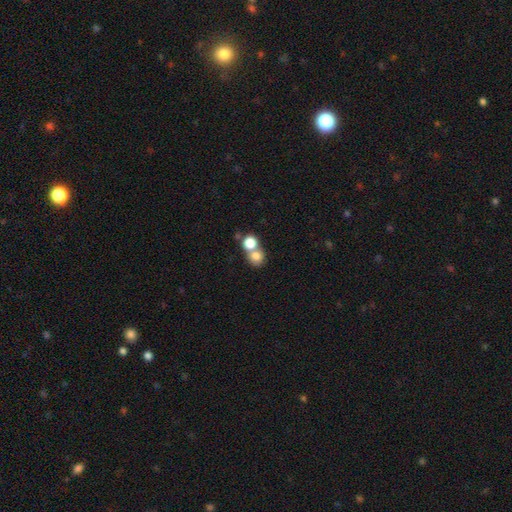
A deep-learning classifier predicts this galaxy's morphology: Smooth or featured?
  - smooth: 77% *
  - featured or disk: 12%
  - star or artifact: 11%
How rounded?
  - round: 78% *
  - in between: 21%
  - cigar-shaped: 1%
Merging?
  - merger: 55% *
  - none: 36%
  - minor disturbance: 6%
  - major disturbance: 3%